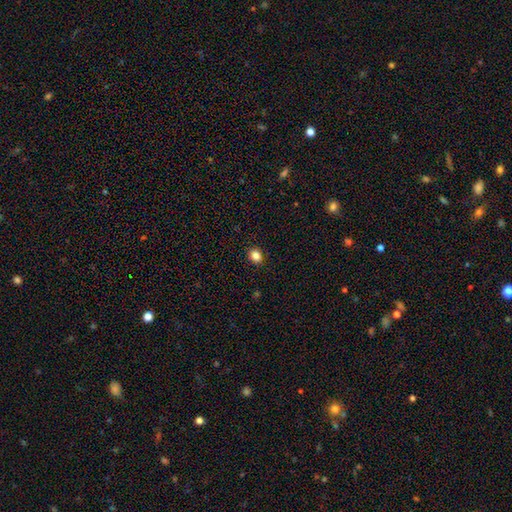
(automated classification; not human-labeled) smooth_or_featured: smooth (p=0.85) [alt: star or artifact p=0.11]
how_rounded: round (p=0.62) [alt: in between p=0.38]
merging: none (p=0.91) [alt: minor disturbance p=0.06]